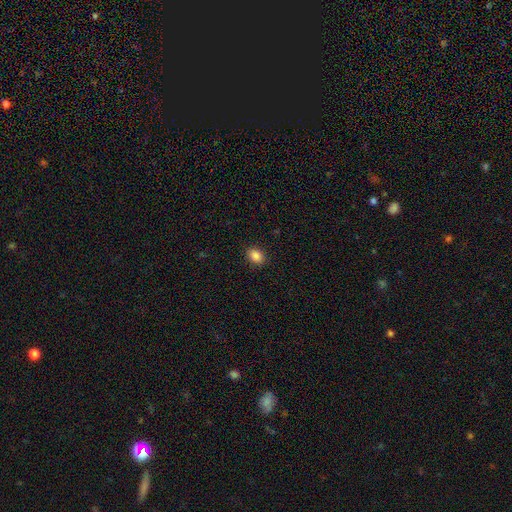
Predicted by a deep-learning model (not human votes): Smooth or featured: smooth — 87% (star or artifact — 9%)
How rounded: in between — 59% (round — 40%)
Merging: none — 90% (minor disturbance — 7%)